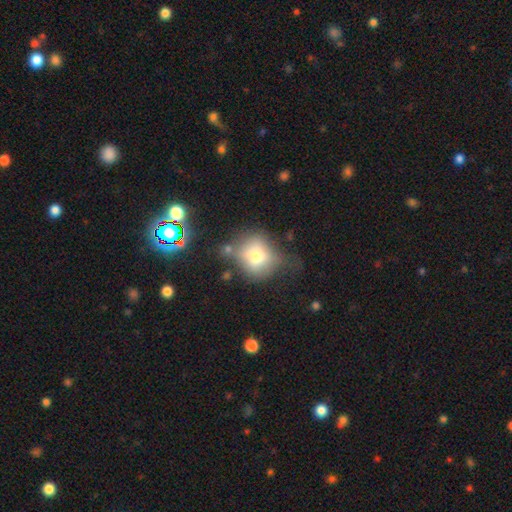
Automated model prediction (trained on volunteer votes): Smooth or featured? smooth (62%)
How rounded? round (78%)
Merging? none (47%)